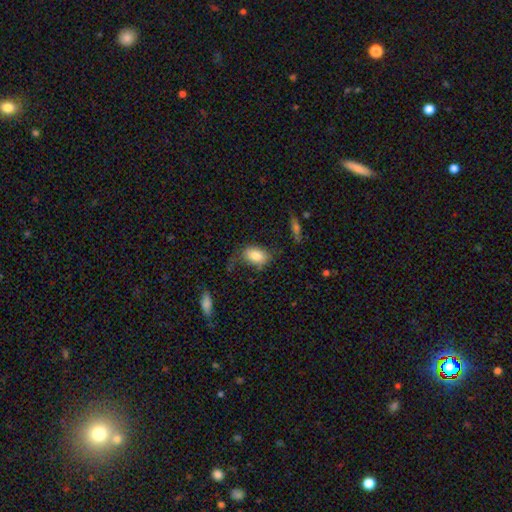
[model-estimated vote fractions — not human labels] The model was most divided on "merging": none: 63%, minor disturbance: 22%, major disturbance: 11%, merger: 4%. More confident: how rounded — in between (89%); smooth or featured — smooth (82%).